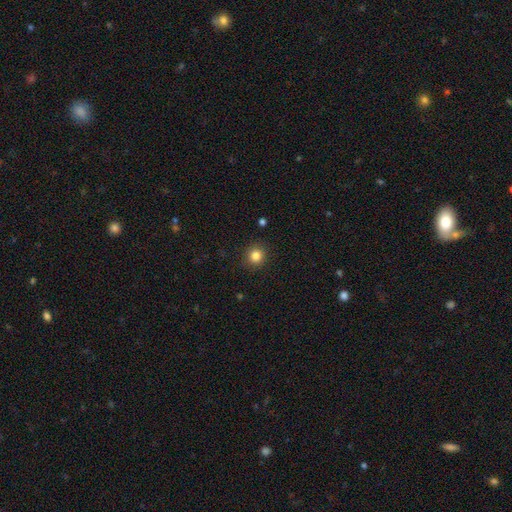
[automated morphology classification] smooth 83%, star or artifact 12%, featured or disk 5%. Down the decision tree: how rounded — round (91%); merging — none (91%).